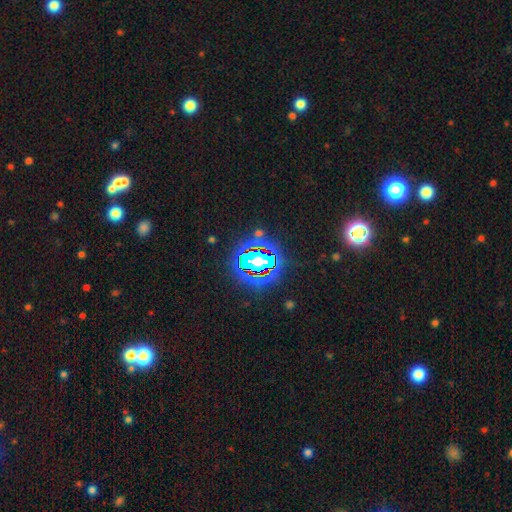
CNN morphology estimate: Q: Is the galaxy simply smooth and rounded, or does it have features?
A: star or artifact — 79%.